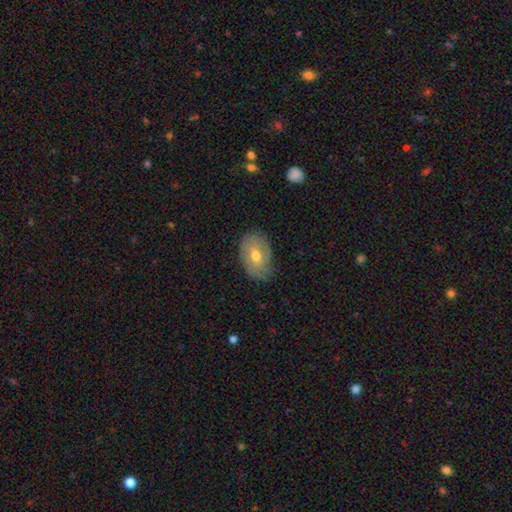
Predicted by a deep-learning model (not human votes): smooth-or-featured: smooth: 51% | featured or disk: 41% | star or artifact: 7%
  how-rounded: in between: 83% | round: 15% | cigar-shaped: 1%
  merging: none: 71% | minor disturbance: 23% | major disturbance: 5% | merger: 1%